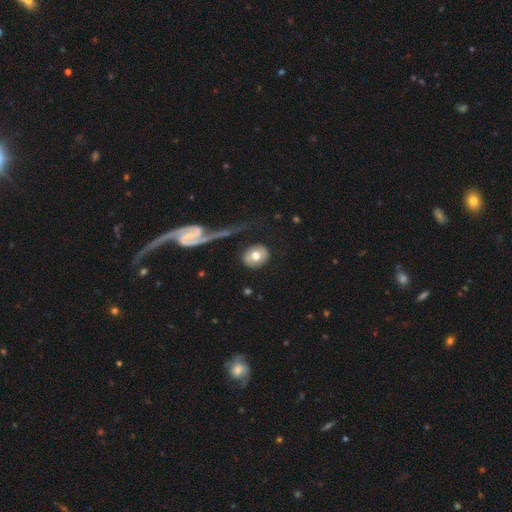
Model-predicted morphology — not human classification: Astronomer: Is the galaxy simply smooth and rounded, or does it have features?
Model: smooth — 64%.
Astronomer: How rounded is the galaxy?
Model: round — 76%.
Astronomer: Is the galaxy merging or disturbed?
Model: none — 78%.